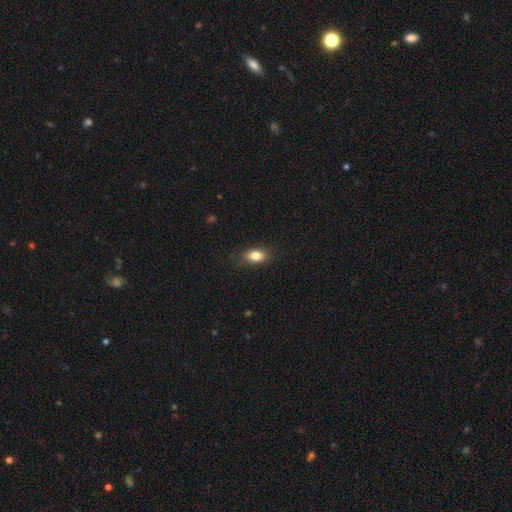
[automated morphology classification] This is clearly a smooth galaxy (83%). How rounded: clearly in between (82%). Merging: clearly none (81%).